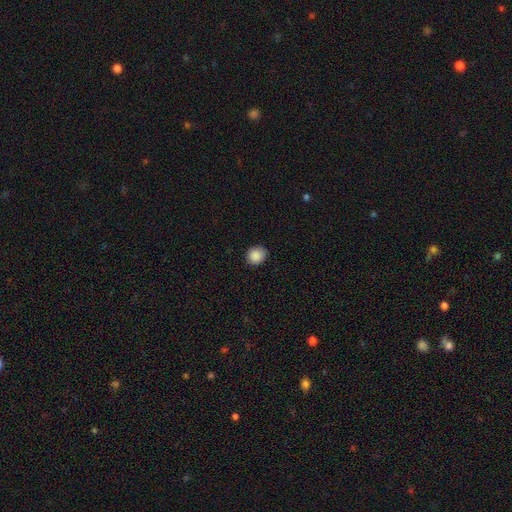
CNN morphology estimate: A smooth galaxy with no disk features (88%) that is round (75%).

Vote fractions:
- Smooth or featured? smooth: 88% / star or artifact: 9% / featured or disk: 3%
- How rounded? round: 75% / in between: 24% / cigar-shaped: 1%
- Merging? none: 85% / minor disturbance: 12% / major disturbance: 2% / merger: 1%